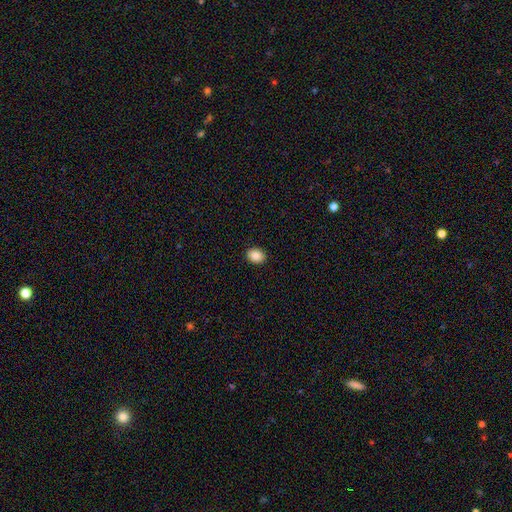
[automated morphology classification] smooth 88%, star or artifact 8%, featured or disk 4%. Down the decision tree: how rounded — in between (57%); merging — none (91%).